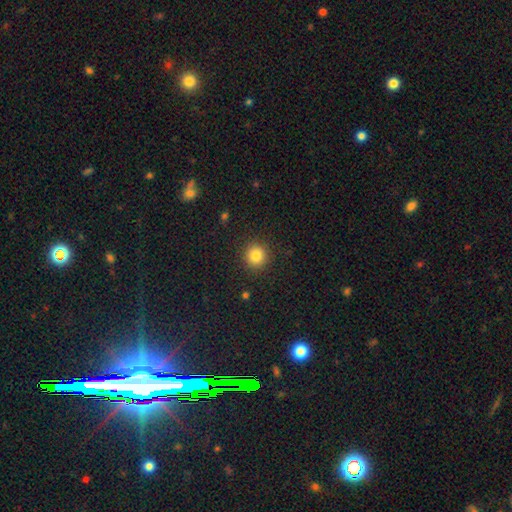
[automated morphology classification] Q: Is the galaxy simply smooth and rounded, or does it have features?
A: smooth — 83%.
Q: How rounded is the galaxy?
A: round — 92%.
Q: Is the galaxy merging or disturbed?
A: none — 91%.